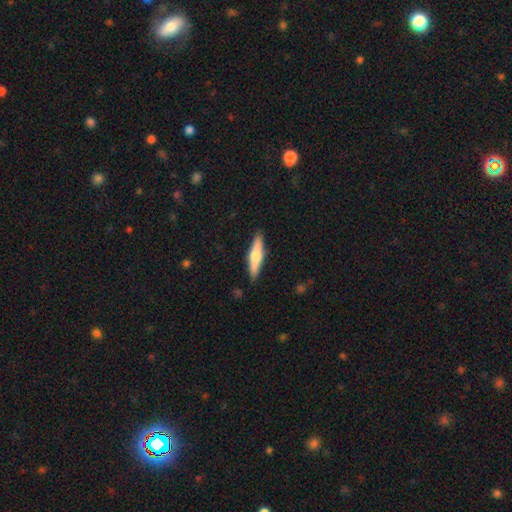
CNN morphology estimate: This appears to be a smooth galaxy with no disk features (49%). Merging: none (89%).